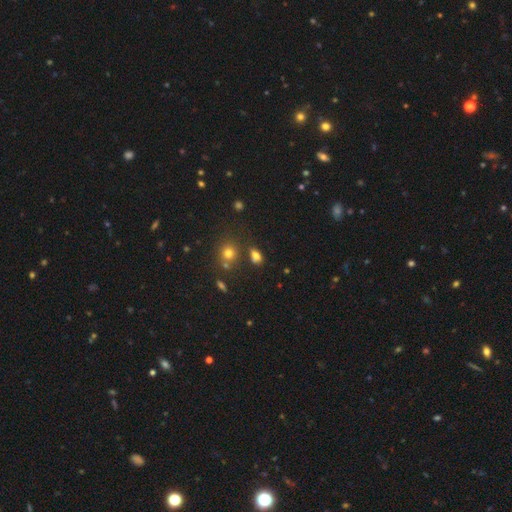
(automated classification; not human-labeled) Smooth or featured? Predicted: smooth (p=0.76). How rounded? Predicted: in between (p=0.74). Merging? Predicted: none (p=0.67).